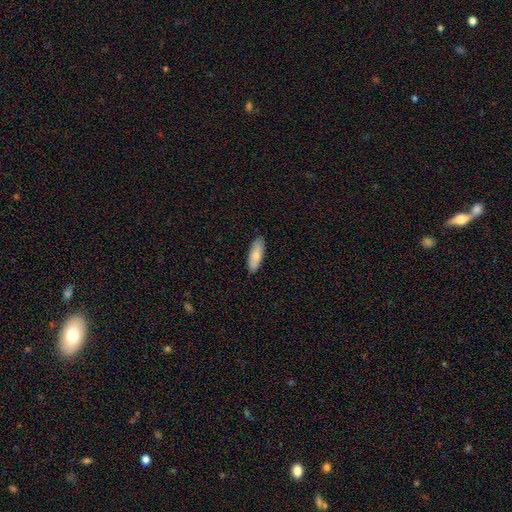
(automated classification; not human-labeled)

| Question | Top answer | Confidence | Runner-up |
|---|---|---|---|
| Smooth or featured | smooth | 79% | featured or disk (15%) |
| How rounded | in between | 60% | cigar-shaped (38%) |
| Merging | none | 87% | minor disturbance (10%) |